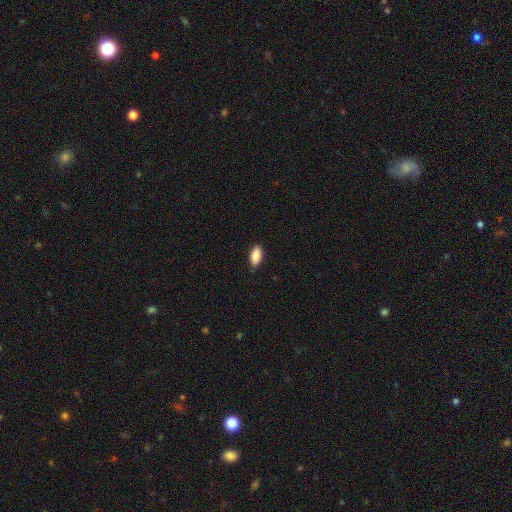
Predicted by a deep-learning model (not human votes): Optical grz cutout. It shows a smooth galaxy with no disk features (87%) that is in between round and cigar-shaped (88%). Merging: none (85%).